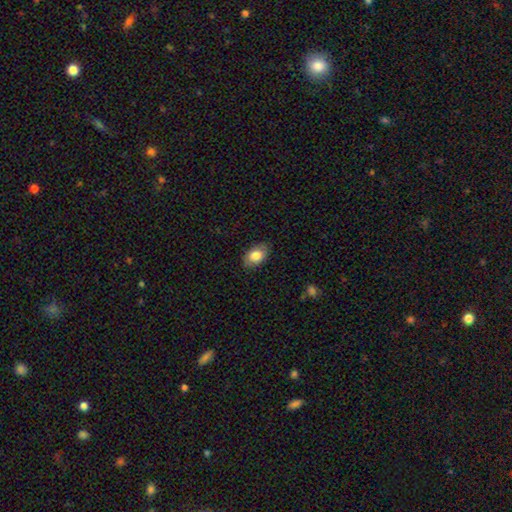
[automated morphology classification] A smooth galaxy with no disk features (81%) that is in between round and cigar-shaped (89%).

Vote fractions:
- Smooth or featured? smooth: 81% / featured or disk: 12% / star or artifact: 7%
- How rounded? in between: 89% / round: 10% / cigar-shaped: 1%
- Merging? none: 84% / minor disturbance: 13% / major disturbance: 3% / merger: 1%